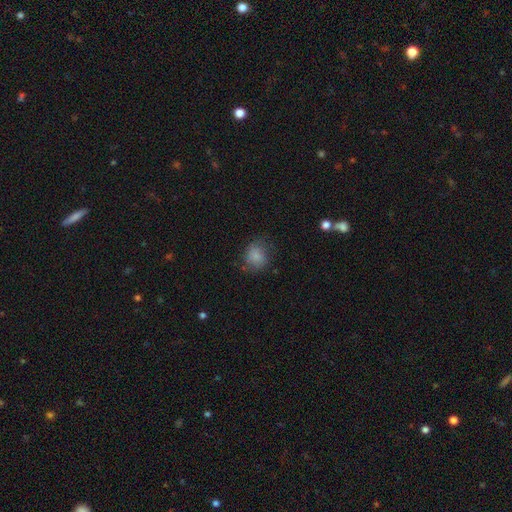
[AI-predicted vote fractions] Smooth or featured? Predicted: smooth (p=0.79). How rounded? Predicted: round (p=0.67). Merging? Predicted: none (p=0.65).